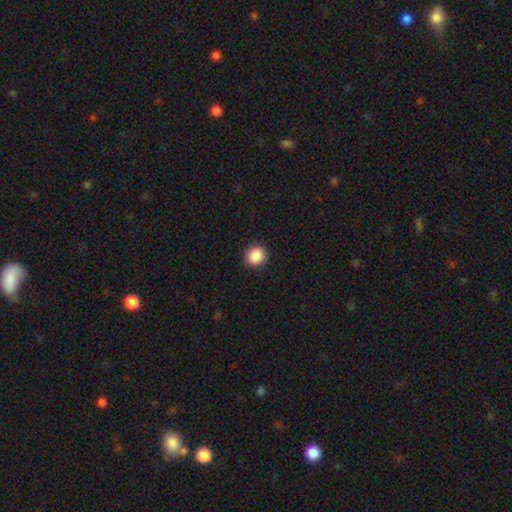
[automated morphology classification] smooth-or-featured: smooth: 89% | star or artifact: 8% | featured or disk: 3%
  how-rounded: round: 84% | in between: 15% | cigar-shaped: 1%
  merging: none: 91% | minor disturbance: 6% | major disturbance: 2% | merger: 1%